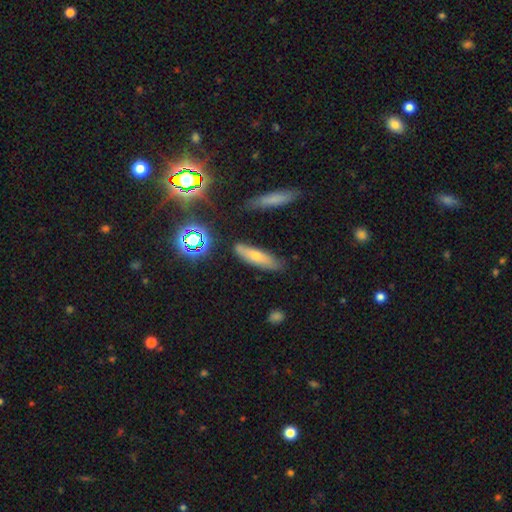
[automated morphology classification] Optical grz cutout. It shows a smooth galaxy with no disk features (56%) that is cigar-shaped (64%). Merging: none (79%).